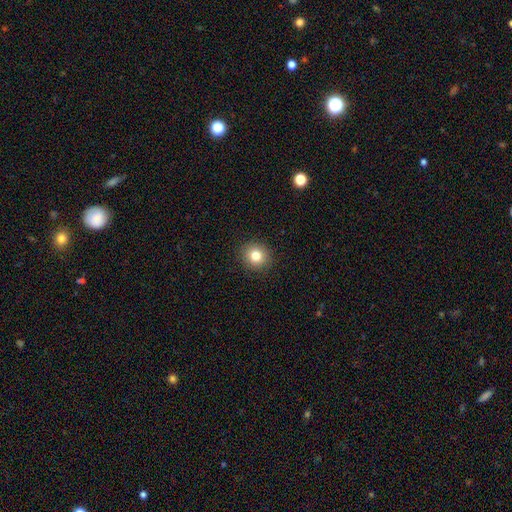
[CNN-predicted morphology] A smooth galaxy with no disk features (80%) that is round (89%). Merging: none (91%).